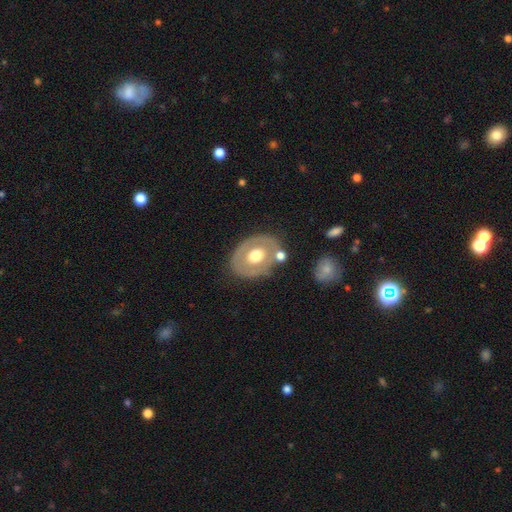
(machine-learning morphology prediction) smooth-or-featured: featured or disk: 52% | smooth: 42% | star or artifact: 6%
  disk-edge-on: no: 92% | yes: 8%
  merging: none: 67% | minor disturbance: 16% | merger: 11% | major disturbance: 6%